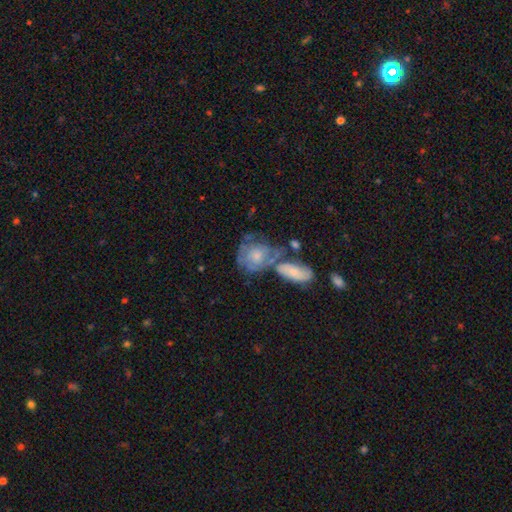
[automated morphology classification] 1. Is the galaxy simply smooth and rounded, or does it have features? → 48% featured or disk, 45% smooth, 7% star or artifact.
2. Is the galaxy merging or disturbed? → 38% merger, 30% none, 18% minor disturbance, 14% major disturbance.